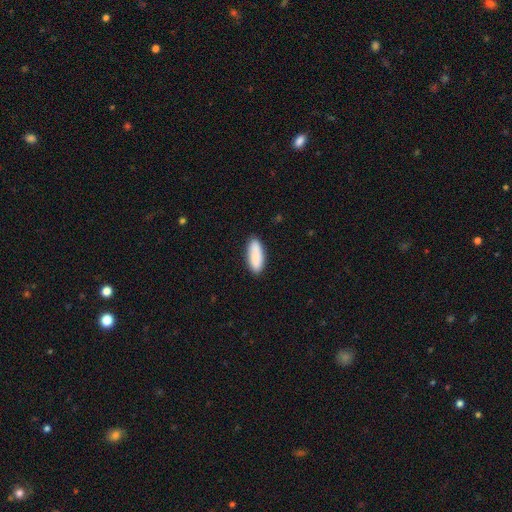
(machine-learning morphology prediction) The model was most divided on "how rounded": in between: 71%, cigar-shaped: 28%, round: 2%. More confident: smooth or featured — smooth (89%); merging — none (87%).